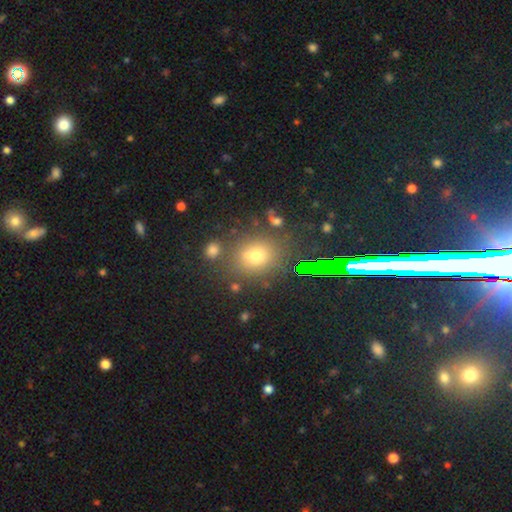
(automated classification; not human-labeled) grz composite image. It shows a smooth galaxy with no disk features (69%) that is round (58%). Merging: none (75%).